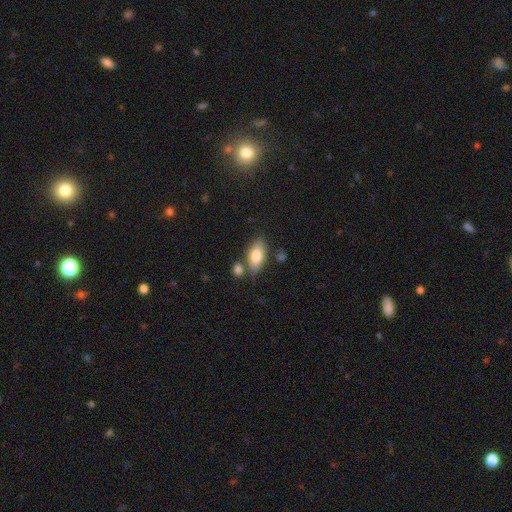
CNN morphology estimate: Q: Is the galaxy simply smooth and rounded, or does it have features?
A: smooth — 78%.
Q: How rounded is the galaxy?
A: in between — 88%.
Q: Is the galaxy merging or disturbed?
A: none — 70%.